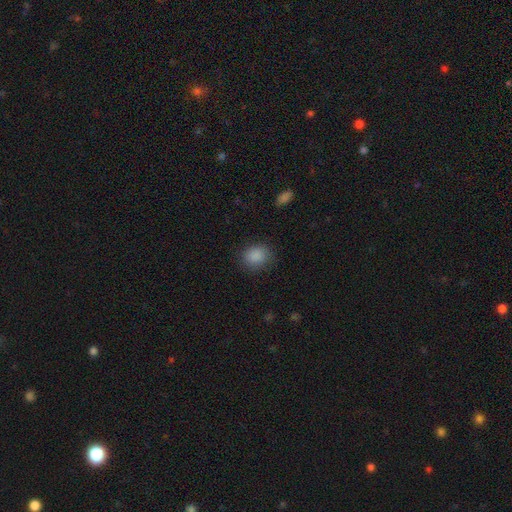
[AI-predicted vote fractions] A smooth galaxy with no disk features (87%) that is round (63%). Merging: none (83%).